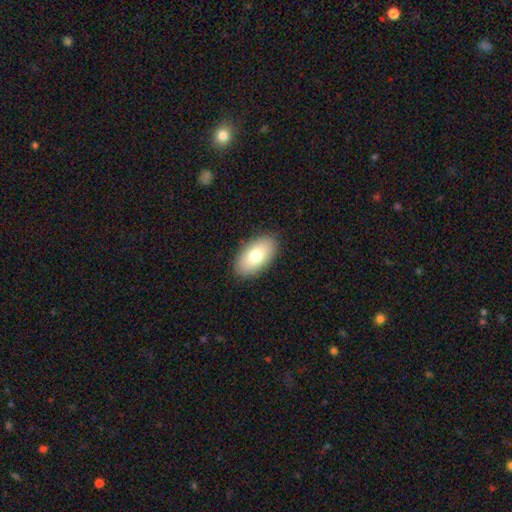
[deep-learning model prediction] smooth 75%, featured or disk 18%, star or artifact 7%. Down the decision tree: how rounded — in between (94%); merging — none (88%).